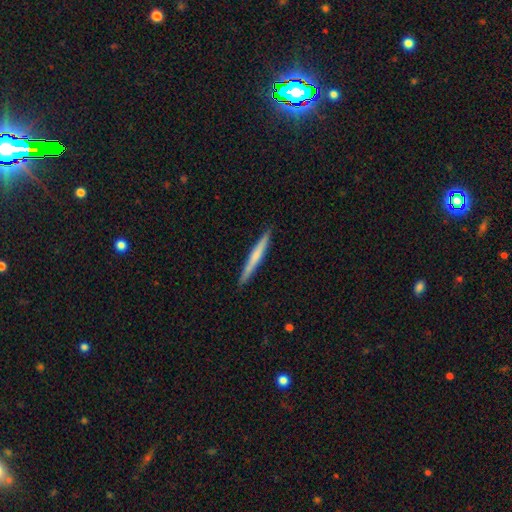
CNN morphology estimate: Smooth or featured? smooth (54%)
How rounded? cigar-shaped (97%)
Merging? none (91%)